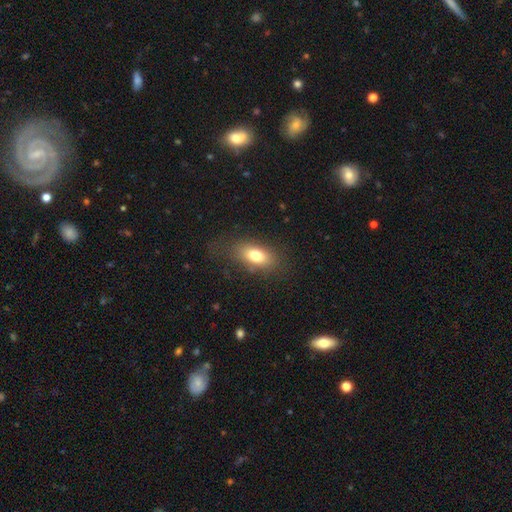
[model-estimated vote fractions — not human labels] The model was most divided on "merging": none: 75%, minor disturbance: 15%, major disturbance: 8%, merger: 1%. More confident: how rounded — in between (86%); smooth or featured — smooth (76%).